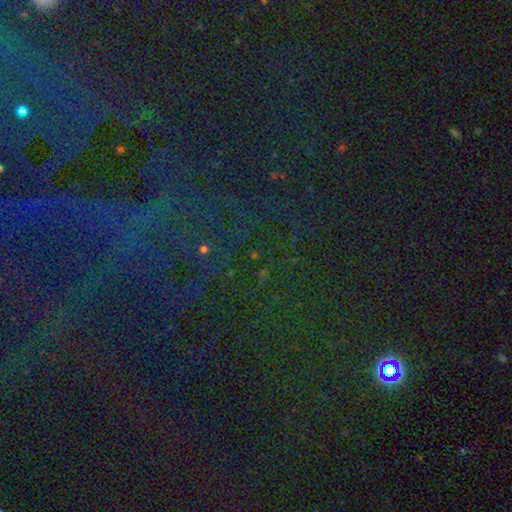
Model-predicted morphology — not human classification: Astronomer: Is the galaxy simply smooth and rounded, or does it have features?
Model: star or artifact — 82%.